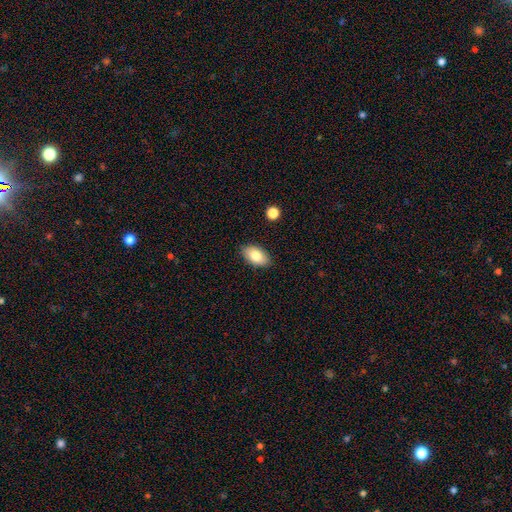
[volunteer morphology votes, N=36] Volunteers were most divided on "smooth or featured": smooth: 86%, featured or disk: 11%, star or artifact: 3%. More confident: merging — none (94%); how rounded — in between (90%).